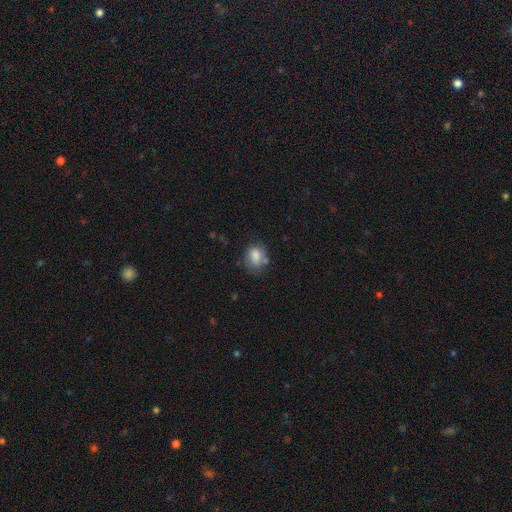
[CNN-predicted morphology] Overall: smooth (78%). How rounded: in between (59%; round 40%). Merging: none (56%; minor disturbance 26%).